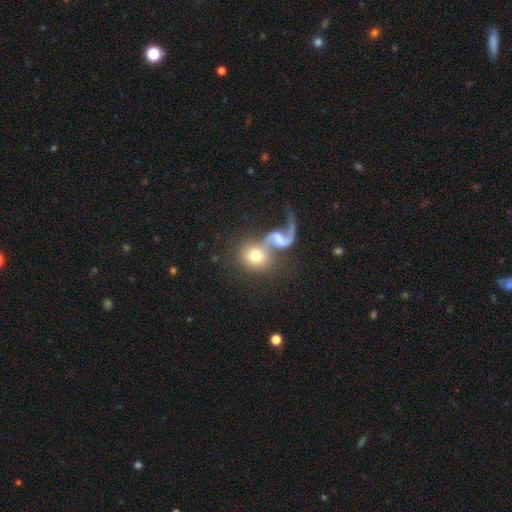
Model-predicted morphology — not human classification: Smooth or featured?
  - smooth: 55% *
  - featured or disk: 37%
  - star or artifact: 9%
How rounded?
  - round: 82% *
  - in between: 16%
  - cigar-shaped: 2%
Merging?
  - merger: 44% *
  - none: 39%
  - major disturbance: 8%
  - minor disturbance: 8%